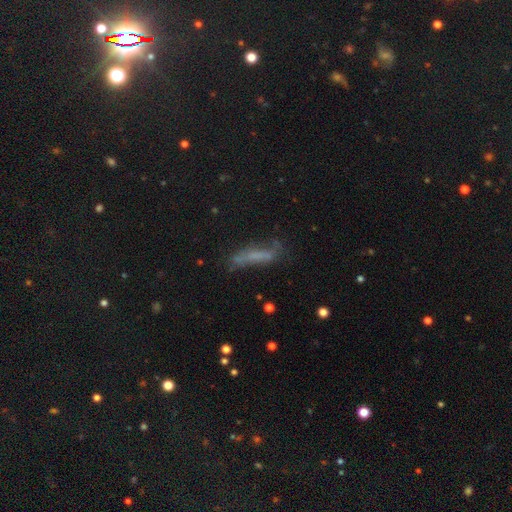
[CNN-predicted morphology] smooth 52%, featured or disk 36%, star or artifact 13%. Down the decision tree: how rounded — cigar-shaped (77%); merging — none (55%).